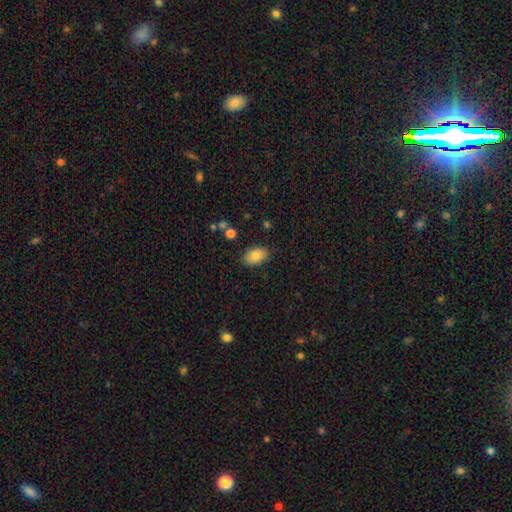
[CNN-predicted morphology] This is clearly a smooth galaxy (82%). How rounded: clearly in between (90%). Merging: clearly none (85%).